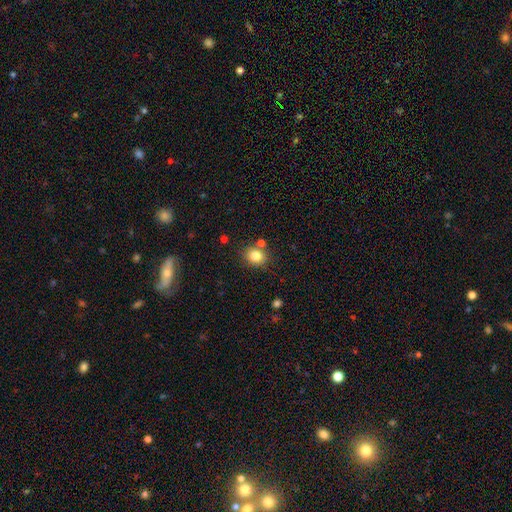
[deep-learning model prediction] smooth 81%, star or artifact 11%, featured or disk 8%. Down the decision tree: how rounded — round (68%); merging — none (76%).